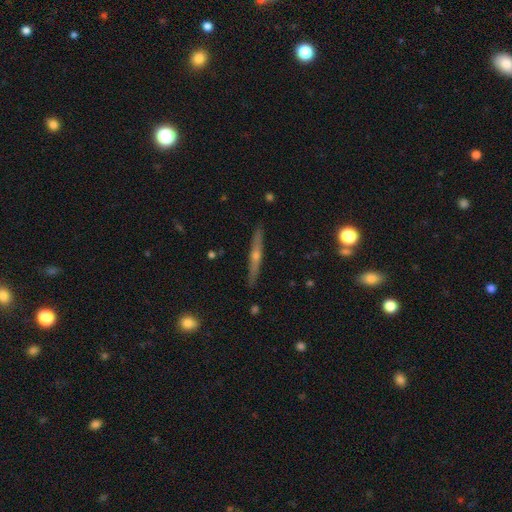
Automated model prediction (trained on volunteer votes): Smooth or featured? Predicted: featured or disk (p=0.71). Edge-on disk? Predicted: yes (p=0.97). Edge-on bulge? Predicted: rounded (p=0.83). Merging? Predicted: none (p=0.89).